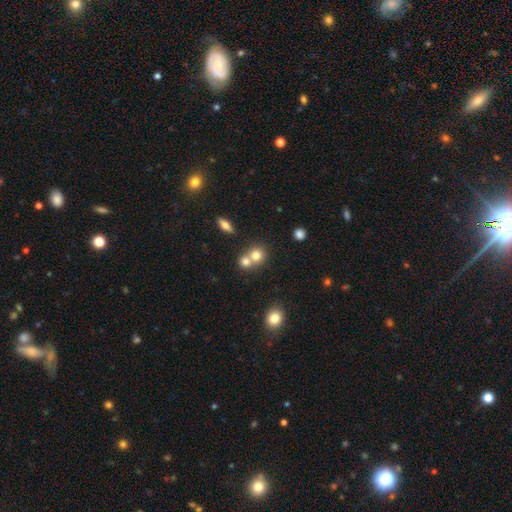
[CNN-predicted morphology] Smooth or featured?
  - smooth: 76% *
  - featured or disk: 13%
  - star or artifact: 12%
How rounded?
  - round: 82% *
  - in between: 17%
  - cigar-shaped: 1%
Merging?
  - merger: 53% *
  - none: 39%
  - minor disturbance: 6%
  - major disturbance: 2%